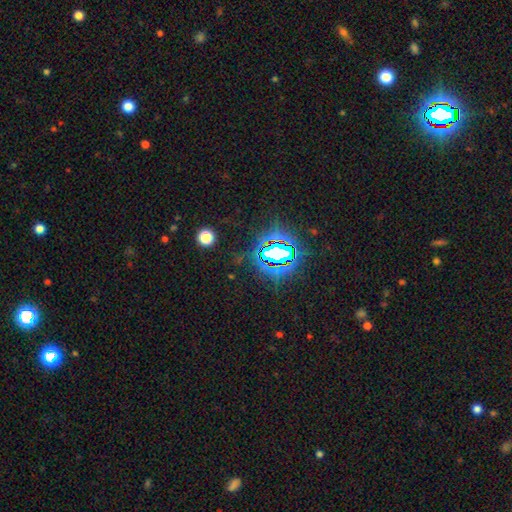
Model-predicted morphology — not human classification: A star or artifact, not a galaxy (80%).